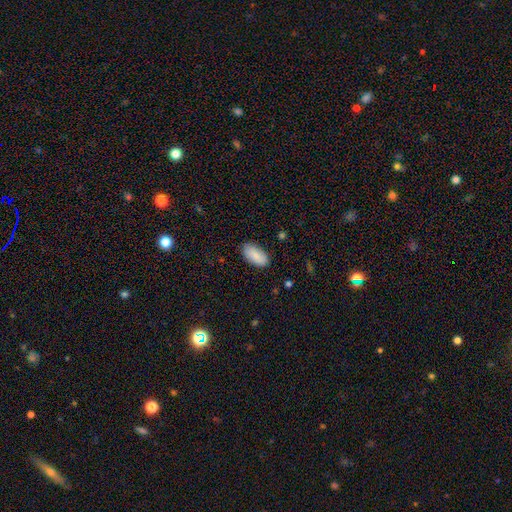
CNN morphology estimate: This is clearly a smooth galaxy (88%). How rounded: clearly in between (94%). Merging: clearly none (83%).